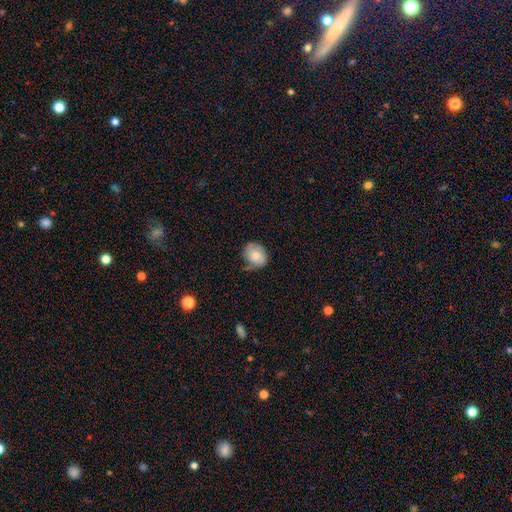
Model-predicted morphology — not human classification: Smooth or featured? smooth (73%)
How rounded? round (58%)
Merging? none (54%)